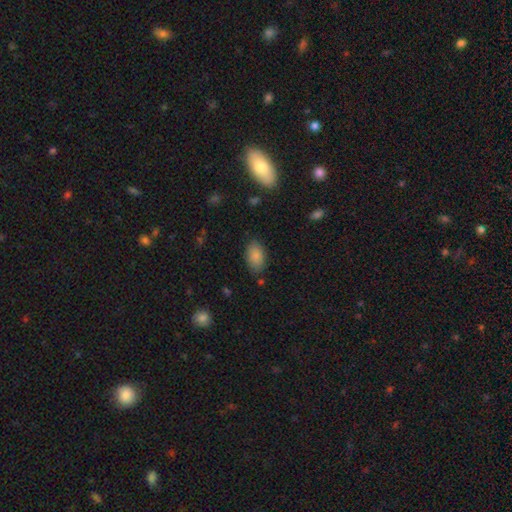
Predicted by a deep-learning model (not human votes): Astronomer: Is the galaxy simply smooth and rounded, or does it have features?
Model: smooth — 86%.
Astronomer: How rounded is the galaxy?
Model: in between — 92%.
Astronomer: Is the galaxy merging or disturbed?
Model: none — 82%.